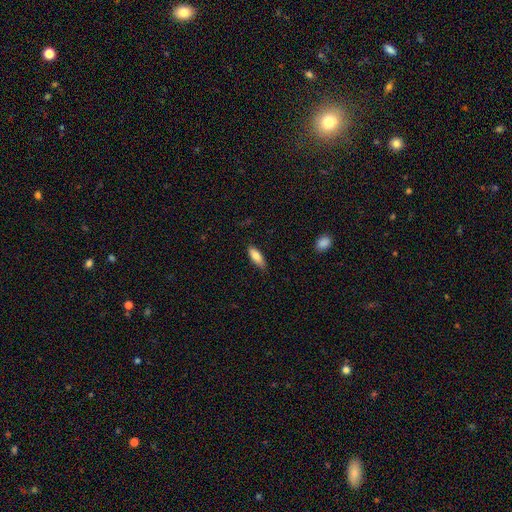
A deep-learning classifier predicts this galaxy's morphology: Smooth or featured: smooth — 81% (featured or disk — 13%)
How rounded: in between — 68% (cigar-shaped — 30%)
Merging: none — 82% (minor disturbance — 14%)